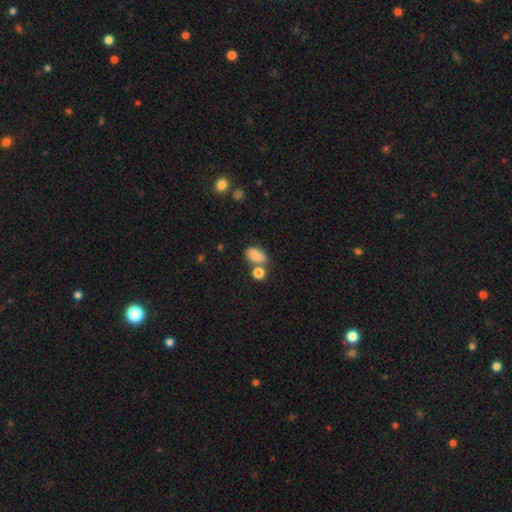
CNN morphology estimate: Smooth or featured: smooth — 81% (featured or disk — 10%)
How rounded: in between — 85% (round — 13%)
Merging: none — 54% (merger — 25%)